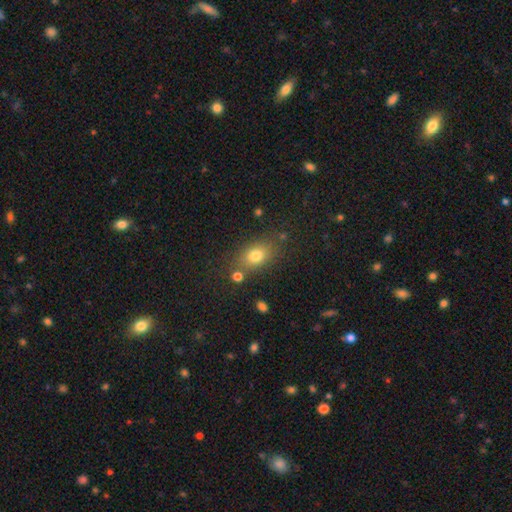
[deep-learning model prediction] The model was most divided on "how rounded": in between: 74%, round: 23%, cigar-shaped: 3%. More confident: smooth or featured — smooth (77%); merging — none (74%).